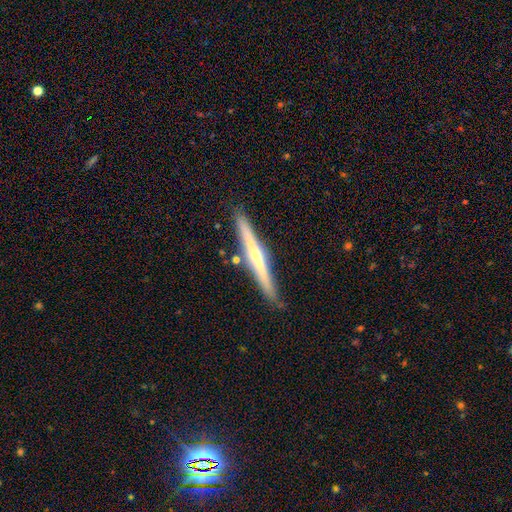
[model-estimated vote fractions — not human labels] Overall: featured or disk (68%). Edge-on disk: yes (97%). Edge-on bulge: rounded (68%). Merging: none (87%).